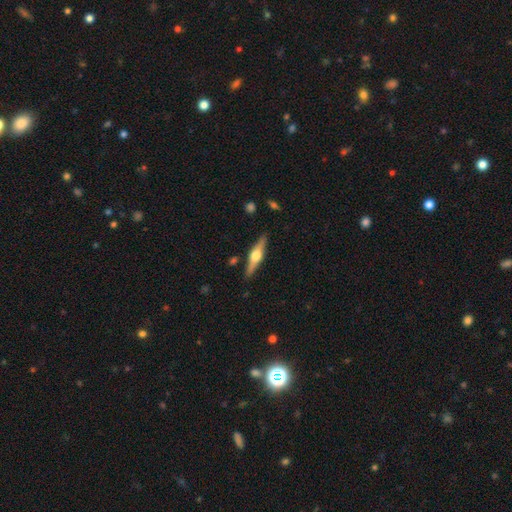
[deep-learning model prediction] Smooth or featured: featured or disk — 71% (smooth — 24%)
Edge-on disk: yes — 97% (no — 3%)
Edge-on bulge: rounded — 94% (boxy — 4%)
Merging: none — 88% (minor disturbance — 8%)